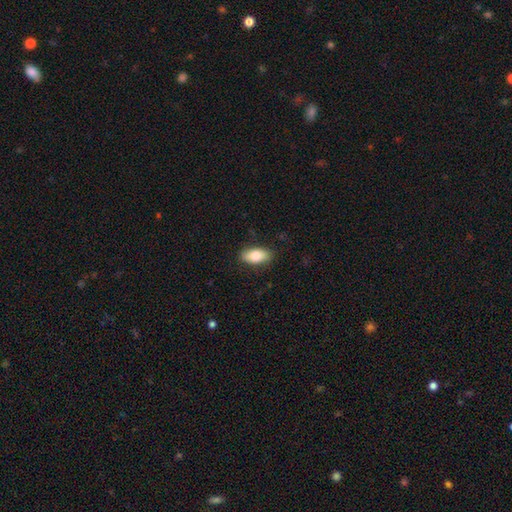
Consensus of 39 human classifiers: smooth_or_featured: smooth (p=0.77) [alt: featured or disk p=0.18]
how_rounded: in between (p=0.90) [alt: cigar-shaped p=0.07]
merging: none (p=0.92) [alt: major disturbance p=0.05]